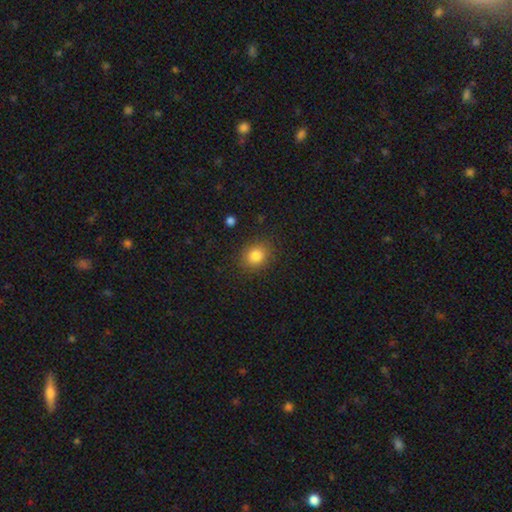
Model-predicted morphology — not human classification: Overall: smooth (83%). How rounded: round (69%; in between 30%). Merging: none (86%).